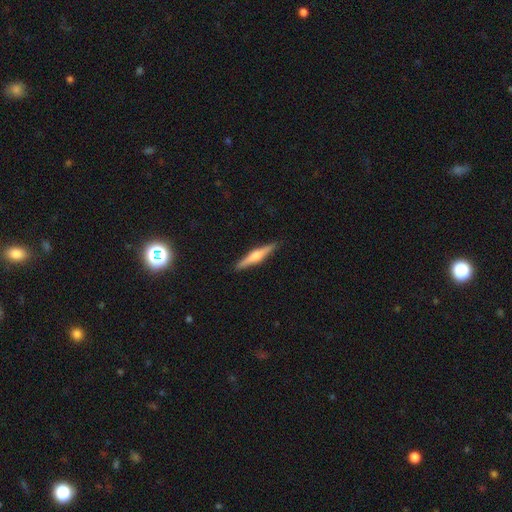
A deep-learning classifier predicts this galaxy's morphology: The model was most divided on "smooth or featured": featured or disk: 62%, smooth: 32%, star or artifact: 6%. More confident: edge-on disk — yes (97%); merging — none (91%); edge-on bulge — rounded (86%).